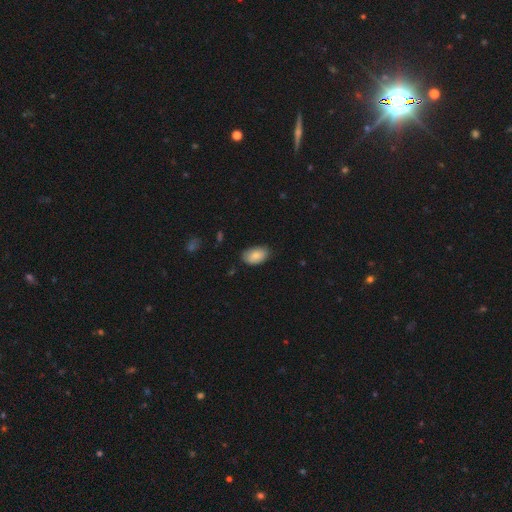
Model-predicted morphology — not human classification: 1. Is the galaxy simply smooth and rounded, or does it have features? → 85% smooth, 8% featured or disk, 7% star or artifact.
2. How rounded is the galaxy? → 93% in between, 6% round, 1% cigar-shaped.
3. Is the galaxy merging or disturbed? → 76% none, 20% minor disturbance, 3% major disturbance, 1% merger.